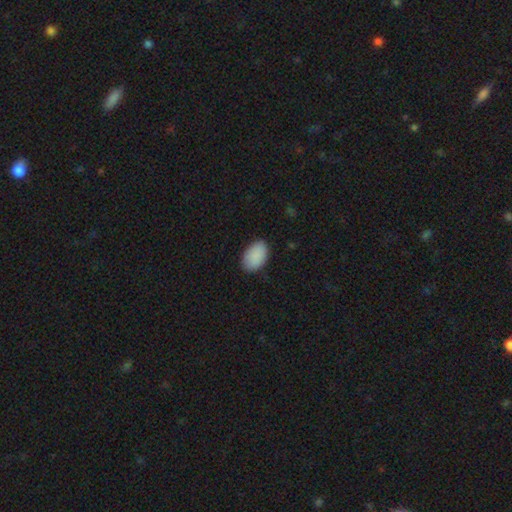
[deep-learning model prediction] A smooth galaxy with no disk features (90%) that is in between round and cigar-shaped (92%). Merging: none (85%).